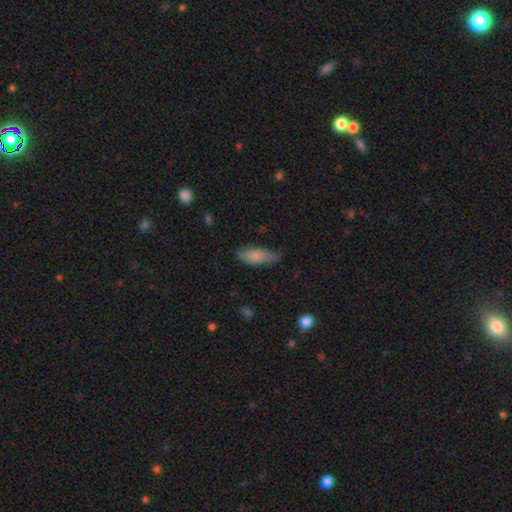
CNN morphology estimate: smooth_or_featured: smooth (p=0.81) [alt: featured or disk p=0.13]
how_rounded: in between (p=0.71) [alt: cigar-shaped p=0.27]
merging: none (p=0.67) [alt: minor disturbance p=0.26]